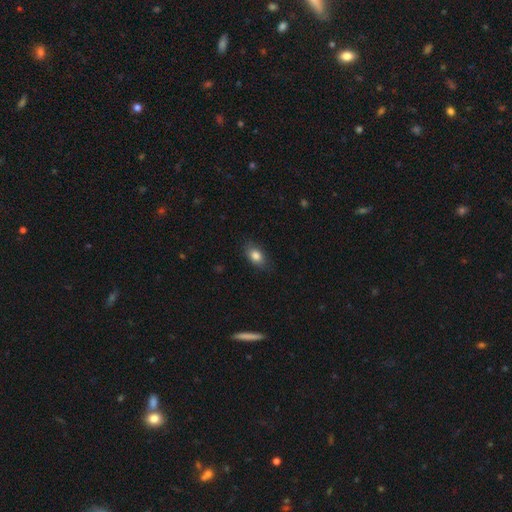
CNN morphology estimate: This is clearly a smooth galaxy (82%). How rounded: clearly in between (84%). Merging: clearly none (81%).